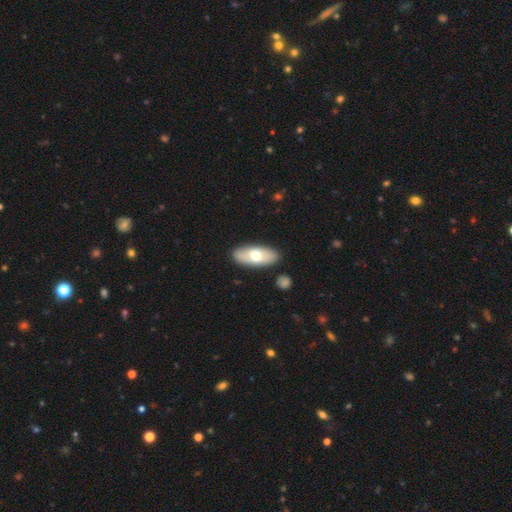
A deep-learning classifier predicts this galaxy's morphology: type=smooth (63%); roundness=in between (85%); merging=none (87%).